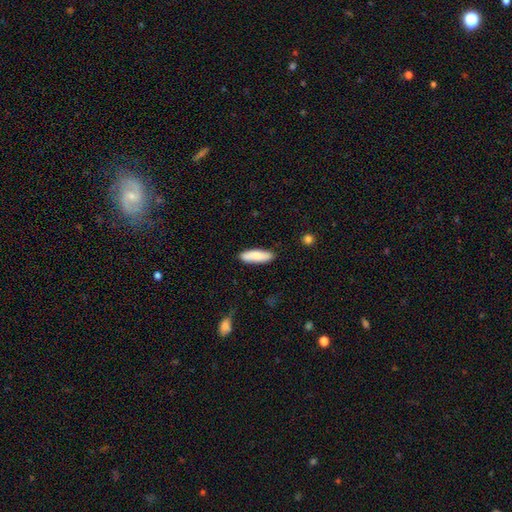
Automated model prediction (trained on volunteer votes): A smooth galaxy with no disk features (84%) that is cigar-shaped (52%).

Vote fractions:
- Smooth or featured? smooth: 84% / featured or disk: 10% / star or artifact: 5%
- How rounded? cigar-shaped: 52% / in between: 47% / round: 2%
- Merging? none: 87% / minor disturbance: 10% / major disturbance: 2% / merger: 1%